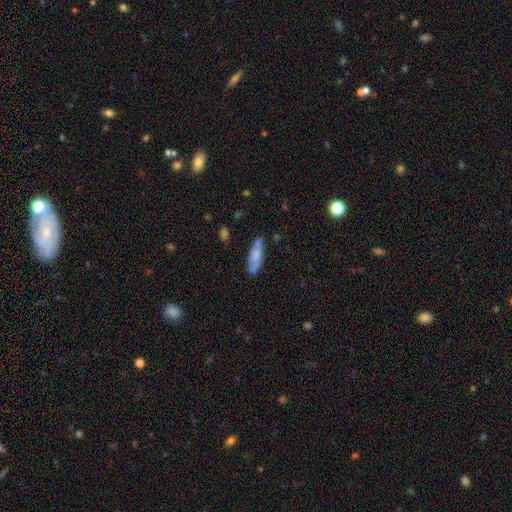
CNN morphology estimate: Smooth or featured?
  - smooth: 70% *
  - featured or disk: 23%
  - star or artifact: 7%
How rounded?
  - cigar-shaped: 67% *
  - in between: 31%
  - round: 2%
Merging?
  - none: 74% *
  - minor disturbance: 18%
  - merger: 4%
  - major disturbance: 4%